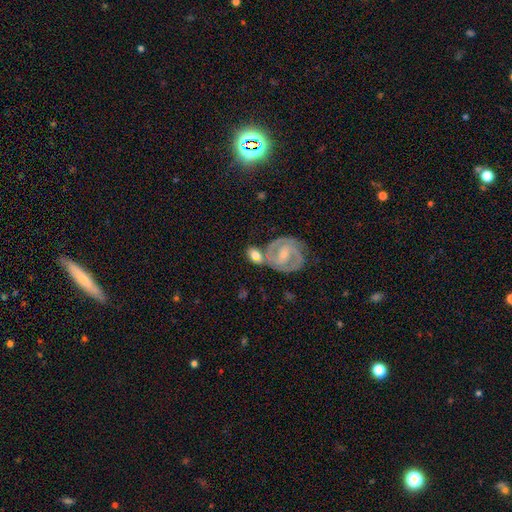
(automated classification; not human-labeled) Overall: featured or disk (48%; smooth 45%). Merging: none (53%; merger 28%).